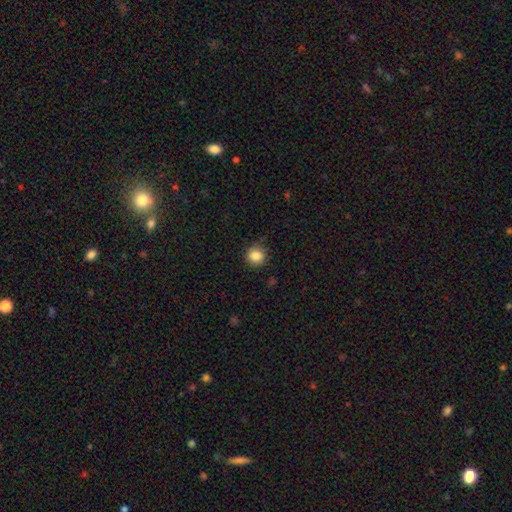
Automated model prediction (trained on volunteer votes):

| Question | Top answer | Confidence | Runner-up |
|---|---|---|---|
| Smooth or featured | smooth | 85% | star or artifact (11%) |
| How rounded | round | 92% | in between (7%) |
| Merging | none | 85% | minor disturbance (11%) |